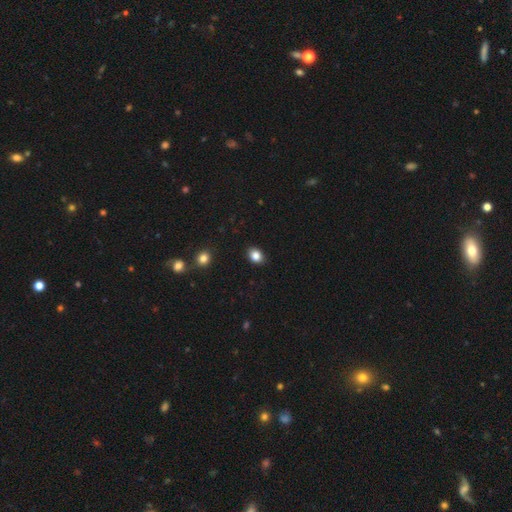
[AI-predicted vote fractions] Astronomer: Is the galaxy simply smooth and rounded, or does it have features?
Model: smooth — 85%.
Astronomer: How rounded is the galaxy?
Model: in between — 60% (runner-up: round, 39%).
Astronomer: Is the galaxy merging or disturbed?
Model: none — 88%.